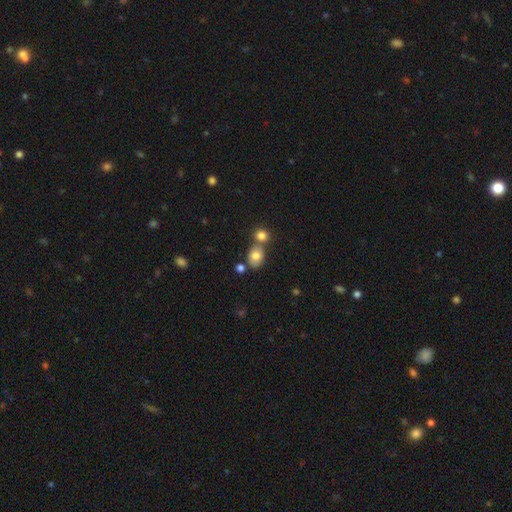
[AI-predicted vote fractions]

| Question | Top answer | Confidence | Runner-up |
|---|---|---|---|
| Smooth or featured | smooth | 79% | featured or disk (11%) |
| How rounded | in between | 64% | round (35%) |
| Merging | none | 52% | merger (32%) |